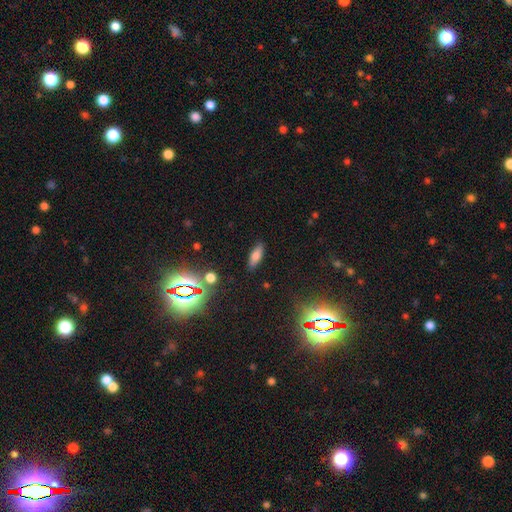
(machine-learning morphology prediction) A smooth galaxy with no disk features (71%) that is in between round and cigar-shaped (63%).

Vote fractions:
- Smooth or featured? smooth: 71% / star or artifact: 16% / featured or disk: 13%
- How rounded? in between: 63% / cigar-shaped: 33% / round: 4%
- Merging? none: 86% / minor disturbance: 10% / major disturbance: 3% / merger: 2%